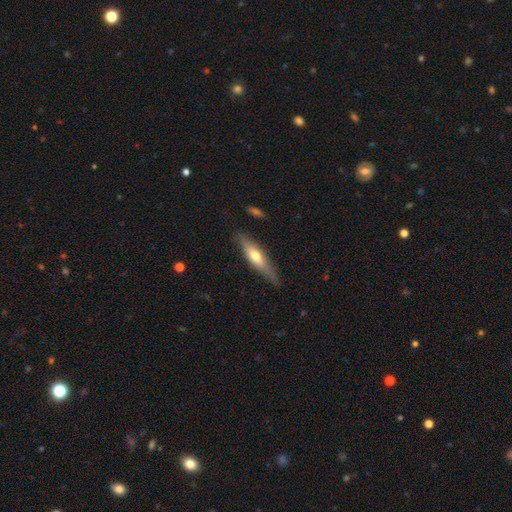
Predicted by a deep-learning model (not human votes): Smooth or featured: smooth — 50% (featured or disk — 45%)
Merging: none — 78% (minor disturbance — 17%)